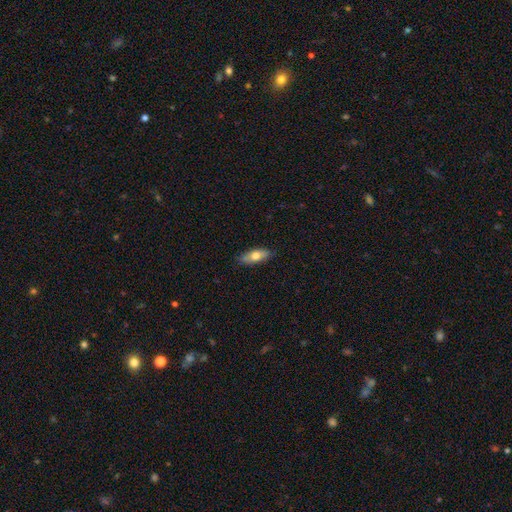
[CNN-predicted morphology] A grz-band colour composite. It shows a smooth galaxy with no disk features (67%) that is in between round and cigar-shaped (69%). Merging: none (84%).